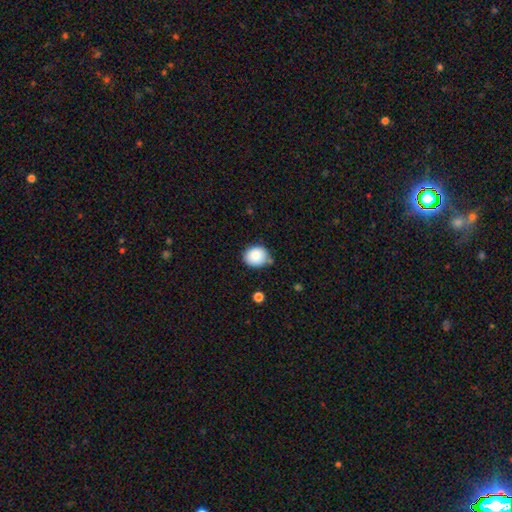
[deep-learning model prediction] This appears to be a smooth galaxy with no disk features (87%) that is round (67%). Merging: none (75%).